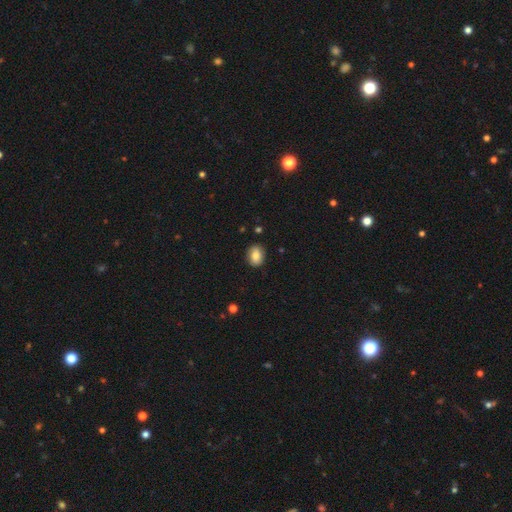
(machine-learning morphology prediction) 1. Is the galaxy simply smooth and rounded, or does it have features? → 84% smooth, 8% star or artifact, 8% featured or disk.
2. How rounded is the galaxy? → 67% in between, 31% round, 1% cigar-shaped.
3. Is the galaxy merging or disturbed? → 87% none, 10% minor disturbance, 2% major disturbance, 1% merger.